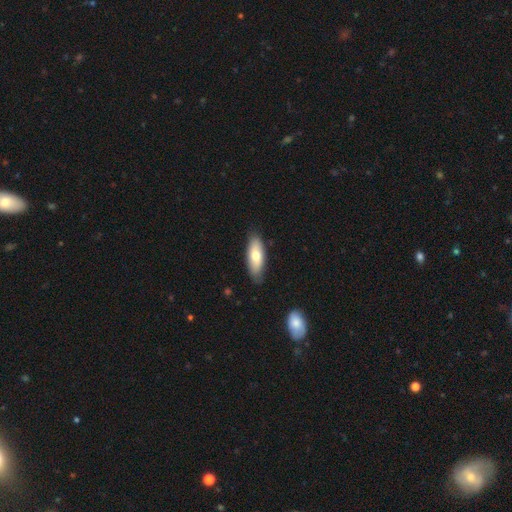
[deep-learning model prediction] Q: Smooth or featured?
A: smooth (71%); runner-up: featured or disk (24%)
Q: How rounded?
A: in between (73%); runner-up: cigar-shaped (25%)
Q: Merging?
A: none (82%); runner-up: minor disturbance (15%)